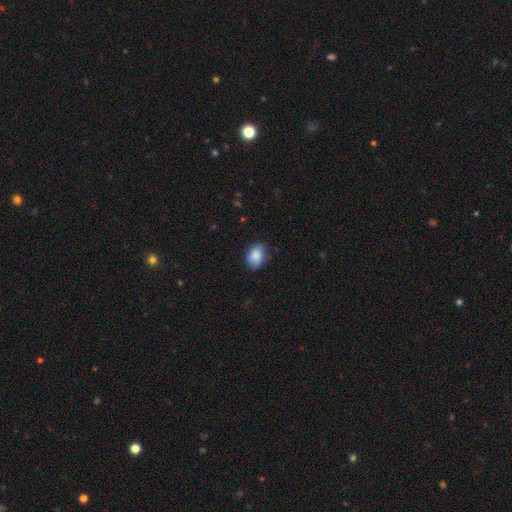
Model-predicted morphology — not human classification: The model was most divided on "merging": none: 71%, minor disturbance: 23%, major disturbance: 5%, merger: 1%. More confident: smooth or featured — smooth (83%); how rounded — in between (76%).